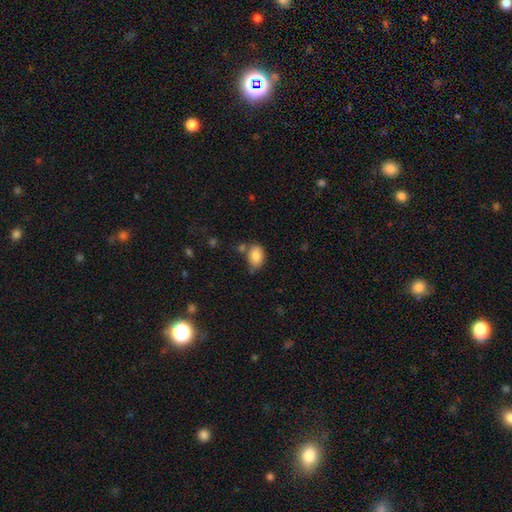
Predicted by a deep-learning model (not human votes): A smooth galaxy with no disk features (85%) that is in between round and cigar-shaped (79%). Merging: none (64%).